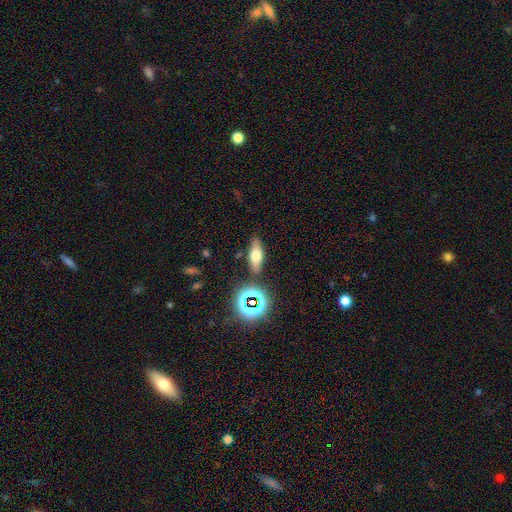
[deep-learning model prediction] smooth_or_featured: smooth (p=0.56) [alt: featured or disk p=0.29]
how_rounded: in between (p=0.61) [alt: cigar-shaped p=0.31]
merging: none (p=0.82) [alt: minor disturbance p=0.10]